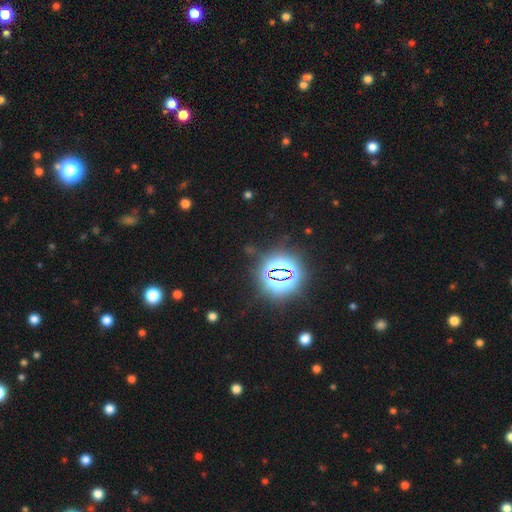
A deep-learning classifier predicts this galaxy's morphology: A star or artifact, not a galaxy (78%).

Vote fractions:
- Smooth or featured? star or artifact: 78% / smooth: 14% / featured or disk: 8%